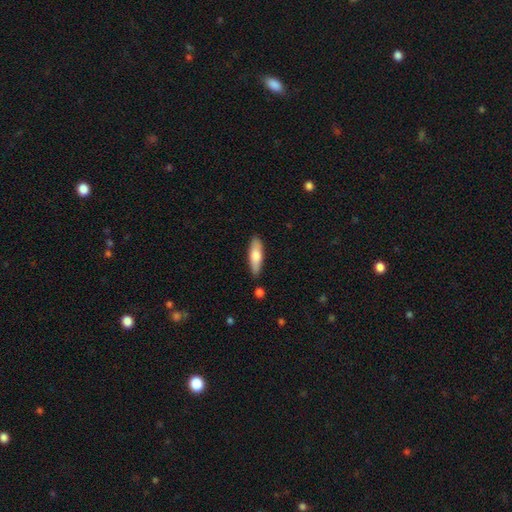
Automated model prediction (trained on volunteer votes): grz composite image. It shows a smooth galaxy with no disk features (69%) that is cigar-shaped (56%). Merging: none (83%).